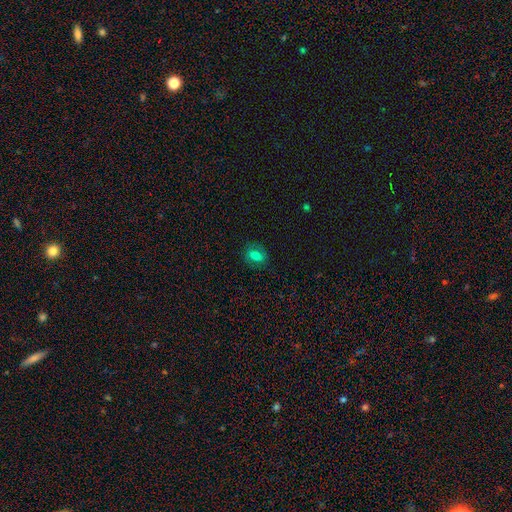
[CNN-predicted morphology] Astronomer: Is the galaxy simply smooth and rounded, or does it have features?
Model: smooth — 67%.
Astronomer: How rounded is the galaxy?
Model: in between — 70%.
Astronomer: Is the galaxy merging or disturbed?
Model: none — 80%.